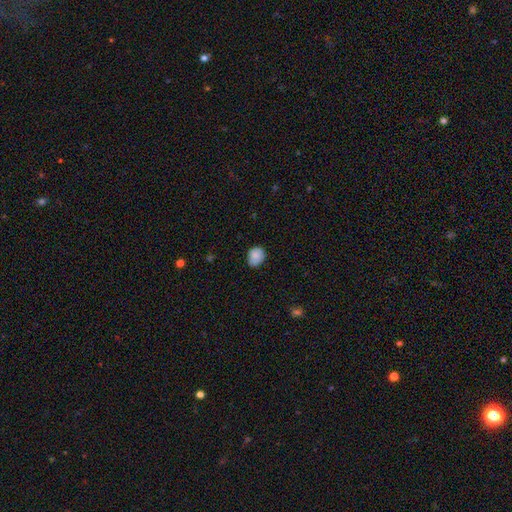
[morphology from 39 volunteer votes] Smooth or featured? 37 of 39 (95%) said smooth. How rounded? 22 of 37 (59%) said round. Merging? 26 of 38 (68%) said none.